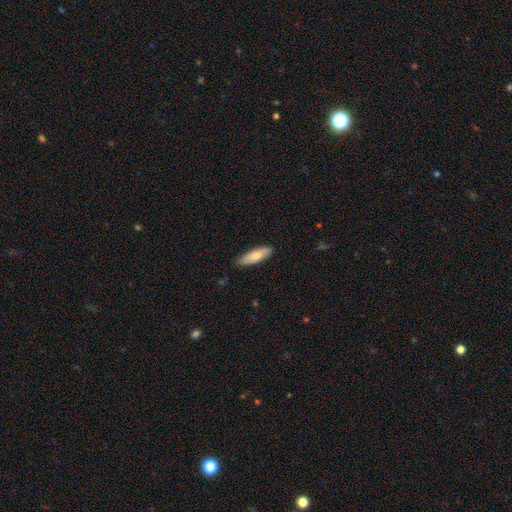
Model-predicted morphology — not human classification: Overall: smooth (77%). How rounded: cigar-shaped (53%; in between 45%). Merging: none (85%).